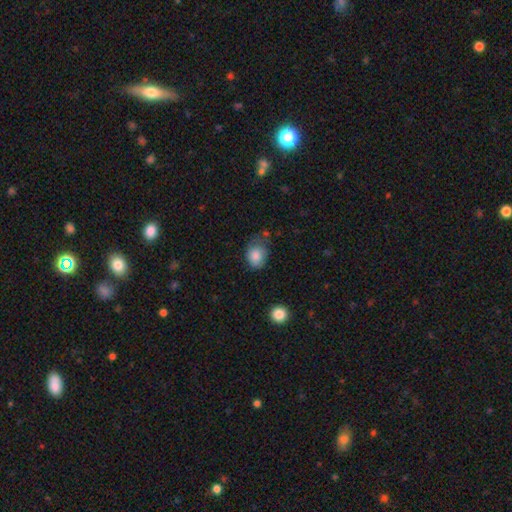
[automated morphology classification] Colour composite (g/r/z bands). It shows a smooth galaxy with no disk features (83%) that is in between round and cigar-shaped (56%). Merging: none (48%).